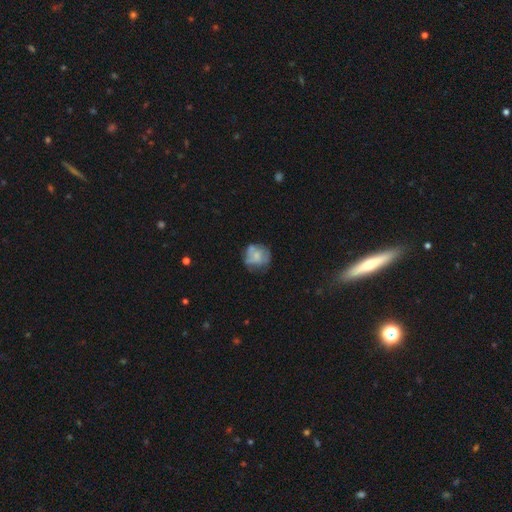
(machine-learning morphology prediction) A smooth galaxy with no disk features (47%). Merging: none (55%).